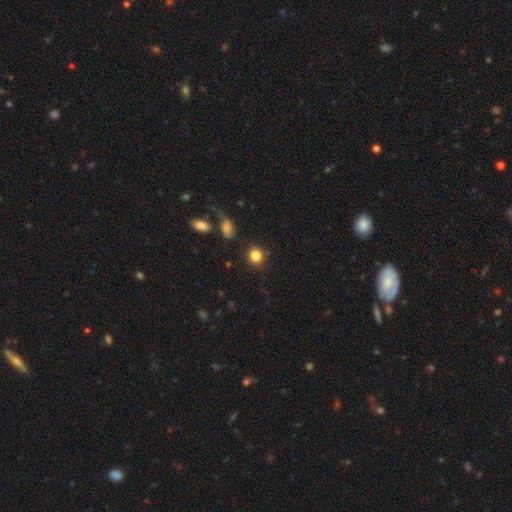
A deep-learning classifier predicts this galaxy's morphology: Smooth or featured? smooth (85%)
How rounded? round (89%)
Merging? none (85%)